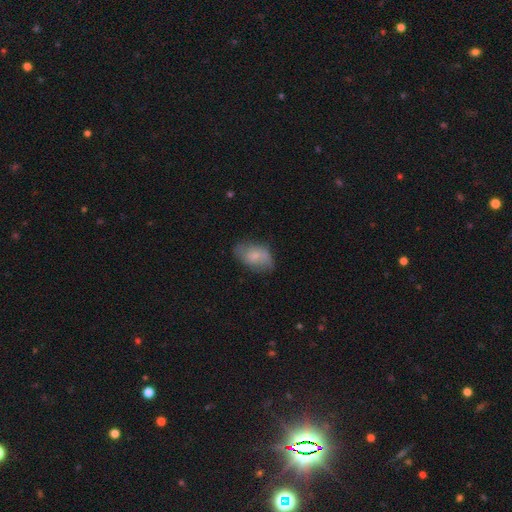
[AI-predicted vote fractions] This is likely a smooth galaxy (61%). How rounded: clearly in between (88%). Merging: likely none (64%).